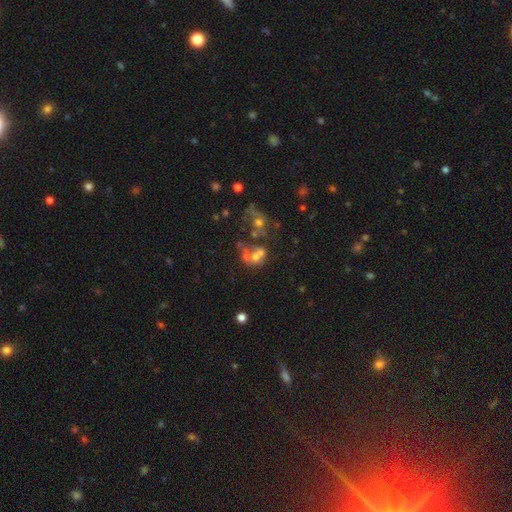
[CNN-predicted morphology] Smooth or featured? Predicted: smooth (p=0.45). Merging? Predicted: merger (p=0.53).